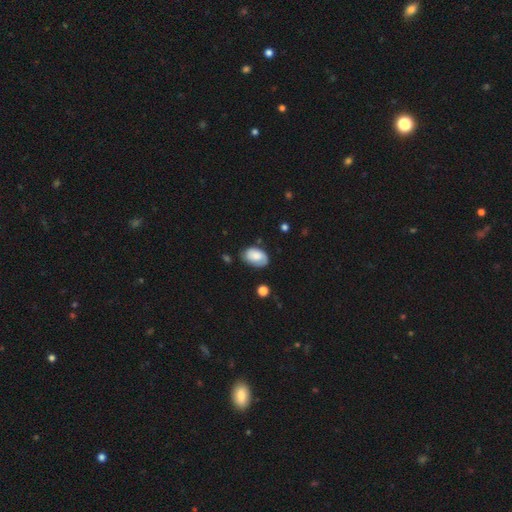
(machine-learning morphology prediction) A smooth galaxy with no disk features (70%) that is in between round and cigar-shaped (88%). Merging: none (65%).